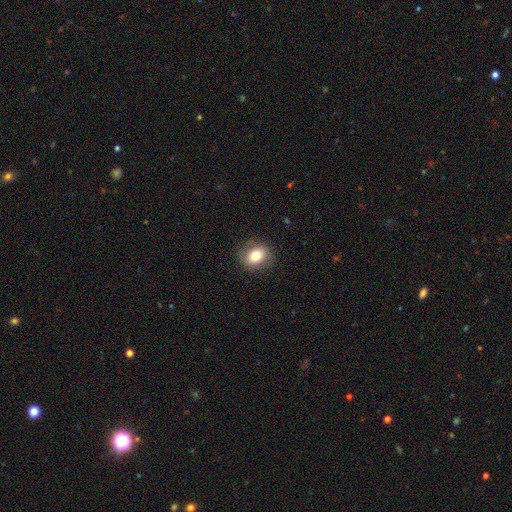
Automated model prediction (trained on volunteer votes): Smooth or featured? Predicted: smooth (p=0.77). How rounded? Predicted: round (p=0.58). Merging? Predicted: none (p=0.84).